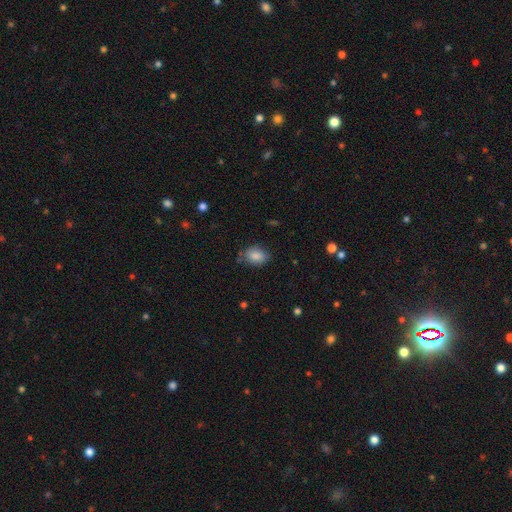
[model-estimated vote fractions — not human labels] Smooth or featured? Predicted: smooth (p=0.84). How rounded? Predicted: in between (p=0.75). Merging? Predicted: none (p=0.72).